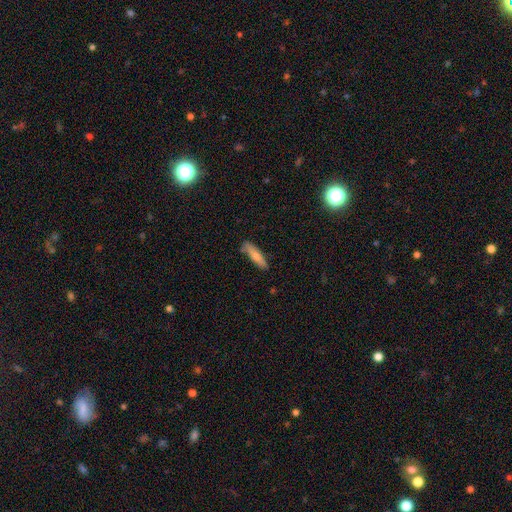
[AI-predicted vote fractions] Morphology: type=smooth (73%); roundness=cigar-shaped (72%); merging=none (77%).